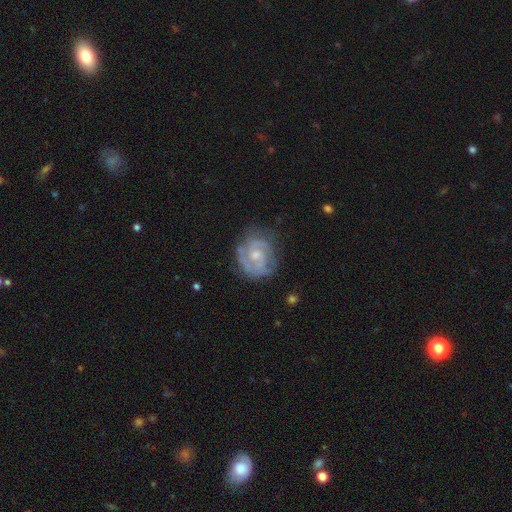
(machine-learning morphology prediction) Smooth or featured: featured or disk — 83% (smooth — 11%)
Edge-on disk: no — 98% (yes — 2%)
Bar: no — 60% (weak — 35%)
Spiral arms: yes — 94% (no — 6%)
Spiral winding: tight — 57% (medium — 35%)
Spiral arm count: 2 — 65% (can't tell — 15%)
Bulge size: small — 47% (moderate — 46%)
Merging: none — 72% (minor disturbance — 19%)